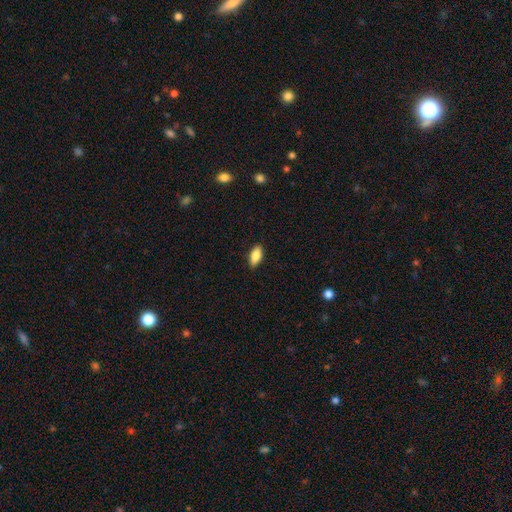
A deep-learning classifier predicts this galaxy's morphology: The model was most divided on "how rounded": in between: 86%, cigar-shaped: 11%, round: 3%. More confident: merging — none (88%); smooth or featured — smooth (85%).